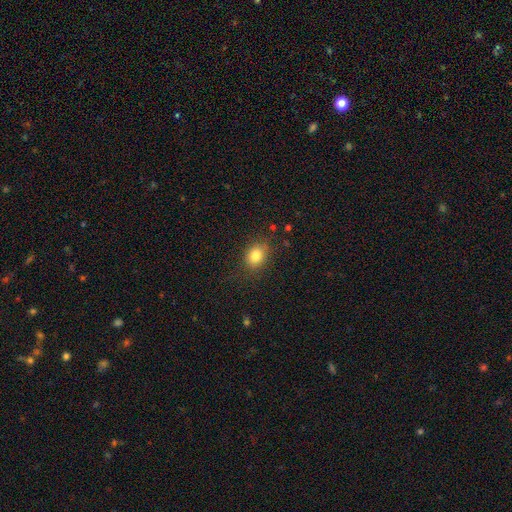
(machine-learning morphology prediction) The model was most divided on "how rounded": in between: 50%, round: 49%, cigar-shaped: 1%. More confident: smooth or featured — smooth (82%); merging — none (81%).